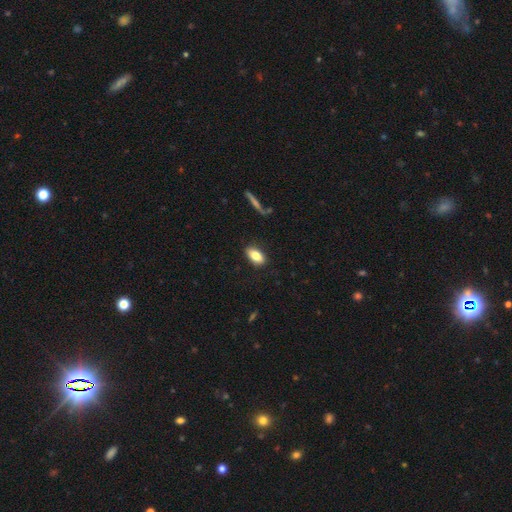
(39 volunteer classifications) Morphology: type=smooth (95%); roundness=in between (95%); merging=none (87%).